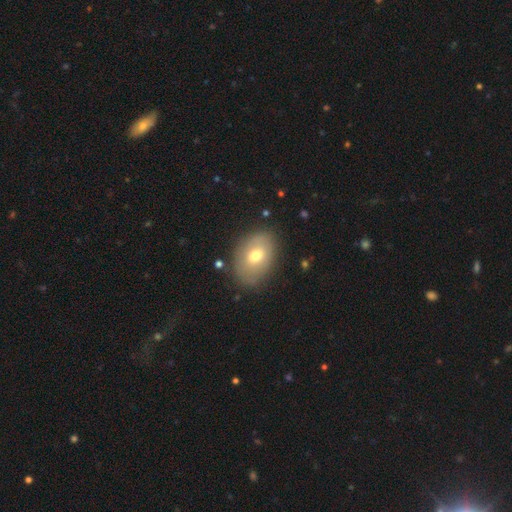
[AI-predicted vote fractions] The model was most divided on "smooth or featured": smooth: 67%, featured or disk: 25%, star or artifact: 8%. More confident: how rounded — in between (81%); merging — none (81%).